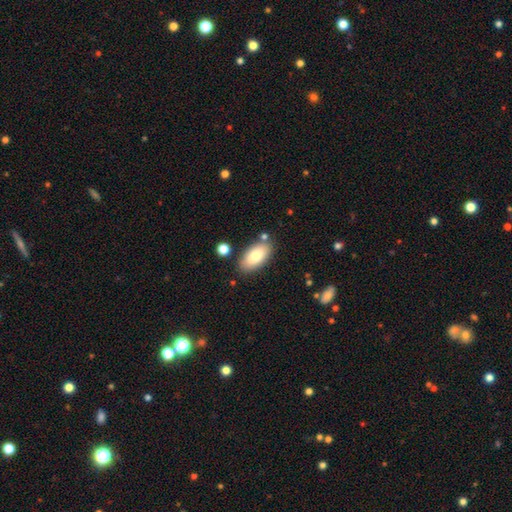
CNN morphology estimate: type=smooth (78%); roundness=in between (93%); merging=none (81%).